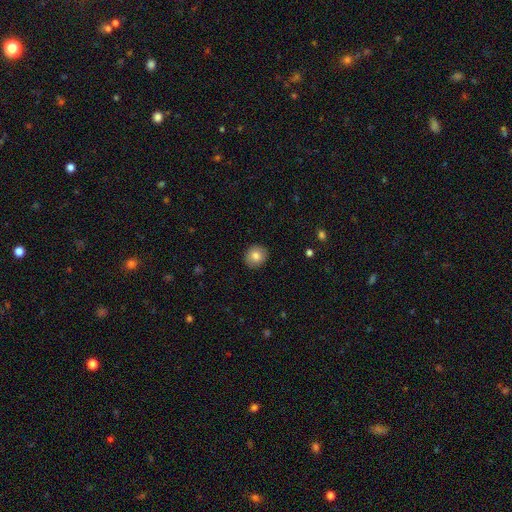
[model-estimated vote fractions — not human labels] Smooth or featured? Predicted: smooth (p=0.82). How rounded? Predicted: round (p=0.82). Merging? Predicted: none (p=0.90).